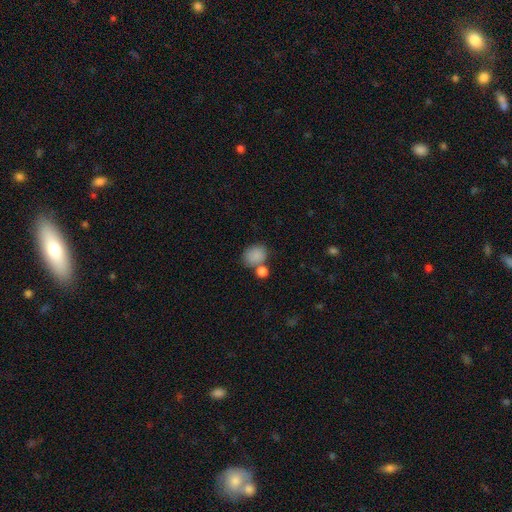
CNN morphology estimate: Smooth or featured? Predicted: smooth (p=0.85). How rounded? Predicted: round (p=0.57). Merging? Predicted: none (p=0.58).